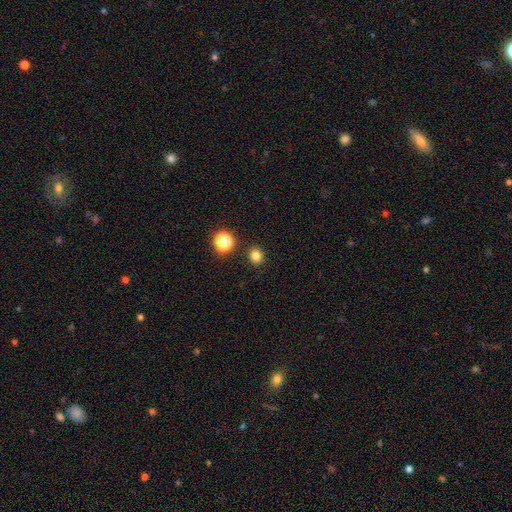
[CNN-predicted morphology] Smooth or featured? smooth (80%)
How rounded? round (87%)
Merging? none (90%)